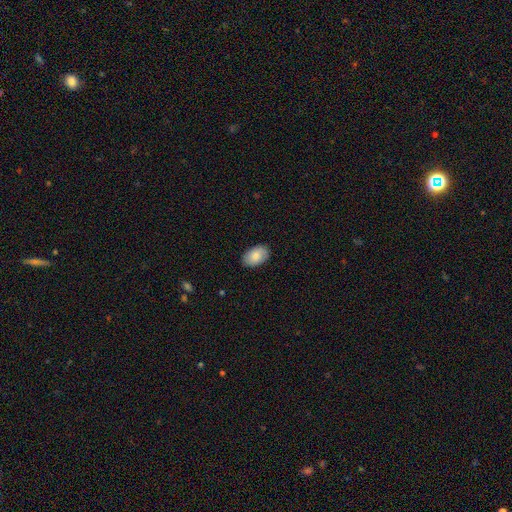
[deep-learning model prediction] This is clearly a smooth galaxy (83%). How rounded: clearly in between (92%). Merging: clearly none (86%).